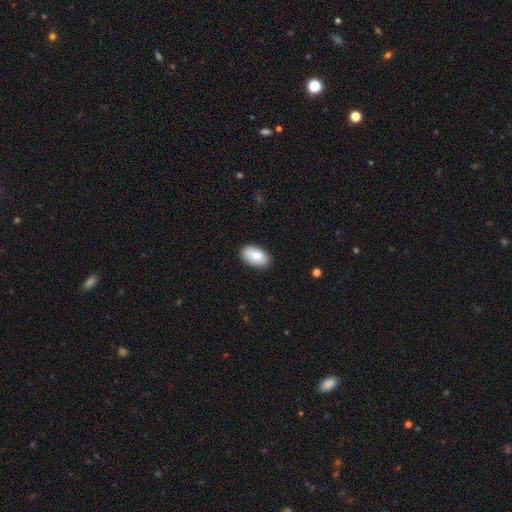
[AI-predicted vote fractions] Overall: smooth (82%). How rounded: in between (94%). Merging: none (82%).